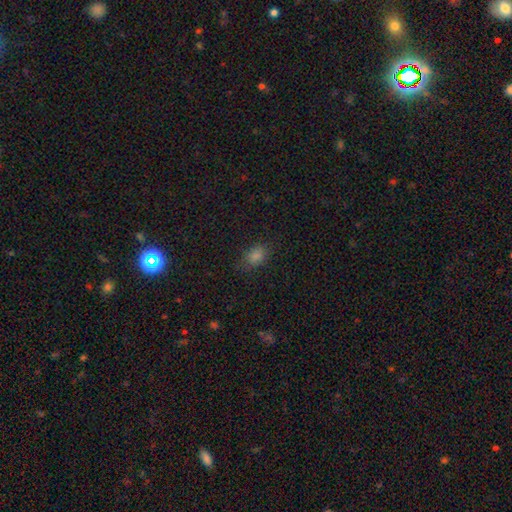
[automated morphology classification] This is likely a smooth galaxy (75%). How rounded: likely in between (72%). Merging: likely none (79%).